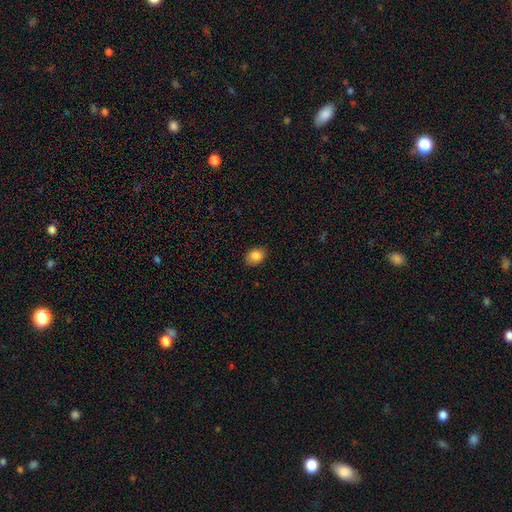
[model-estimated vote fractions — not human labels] The model was most divided on "how rounded": in between: 72%, round: 27%, cigar-shaped: 1%. More confident: smooth or featured — smooth (86%); merging — none (85%).